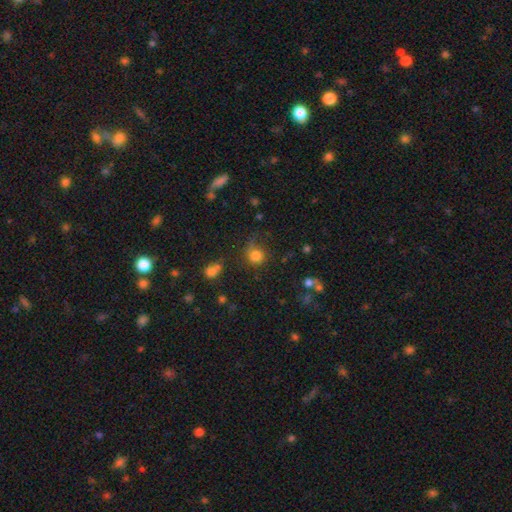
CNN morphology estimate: This appears to be a smooth galaxy with no disk features (80%) that is round (89%). Merging: none (64%).